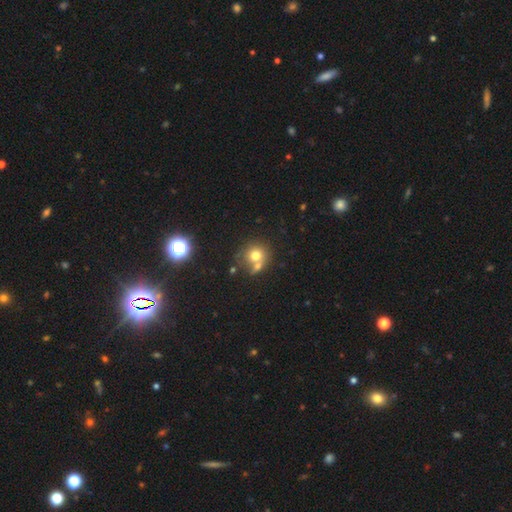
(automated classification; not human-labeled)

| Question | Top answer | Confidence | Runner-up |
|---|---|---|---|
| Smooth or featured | smooth | 71% | featured or disk (16%) |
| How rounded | round | 83% | in between (16%) |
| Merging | none | 47% | merger (37%) |